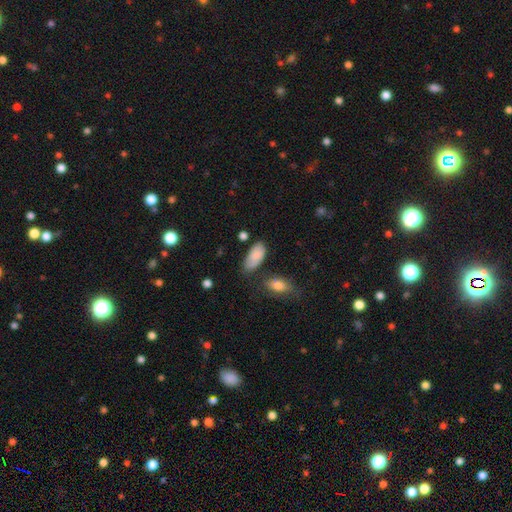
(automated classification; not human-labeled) This is clearly a smooth galaxy (84%). How rounded: clearly in between (92%). Merging: possibly none (59%).